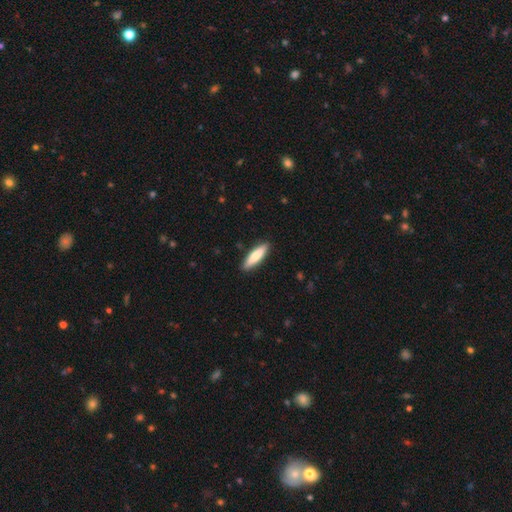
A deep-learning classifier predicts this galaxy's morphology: smooth_or_featured: smooth (p=0.74) [alt: featured or disk p=0.21]
how_rounded: cigar-shaped (p=0.73) [alt: in between p=0.25]
merging: none (p=0.90) [alt: minor disturbance p=0.08]